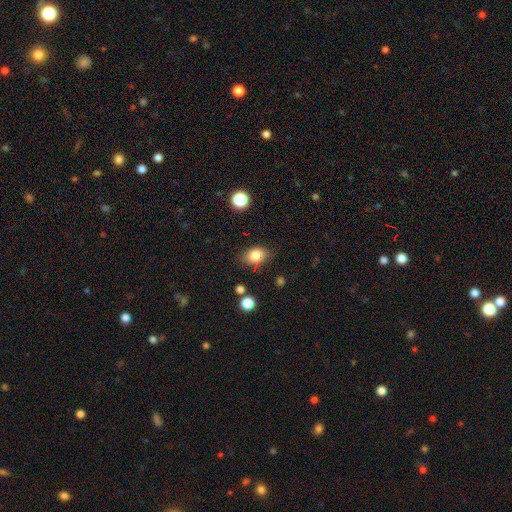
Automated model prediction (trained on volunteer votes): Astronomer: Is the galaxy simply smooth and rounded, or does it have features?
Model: smooth — 82%.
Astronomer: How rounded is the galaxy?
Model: in between — 72%.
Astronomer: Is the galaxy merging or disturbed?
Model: none — 79%.